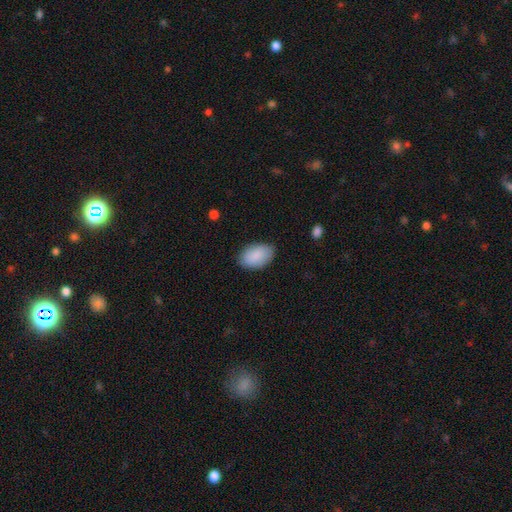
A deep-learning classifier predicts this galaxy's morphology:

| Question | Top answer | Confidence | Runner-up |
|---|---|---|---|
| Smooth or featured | smooth | 89% | star or artifact (6%) |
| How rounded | in between | 93% | round (6%) |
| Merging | none | 84% | minor disturbance (13%) |